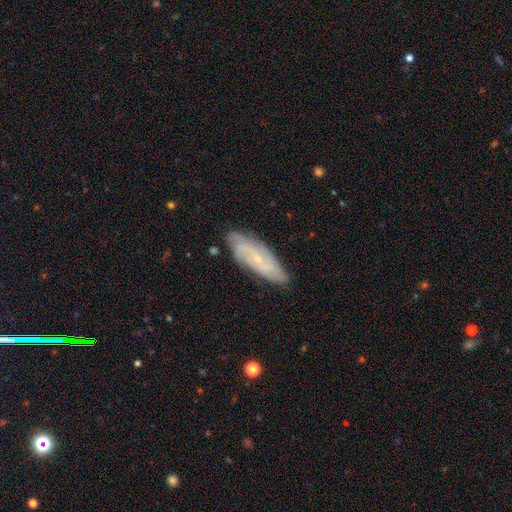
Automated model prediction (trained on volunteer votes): Smooth or featured? featured or disk (49%)
Merging? none (82%)